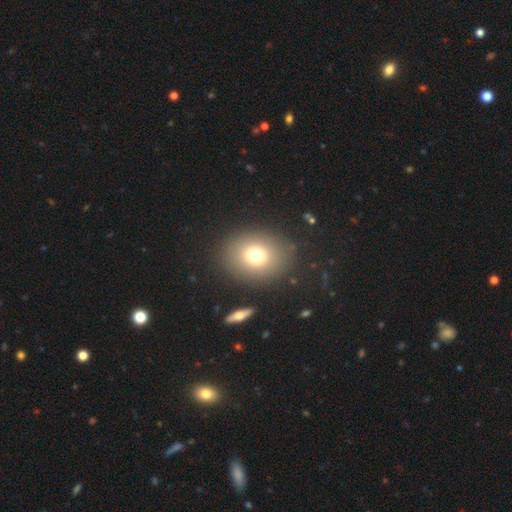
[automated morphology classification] This is likely a smooth galaxy (72%). How rounded: possibly round (59%). Merging: clearly none (83%).